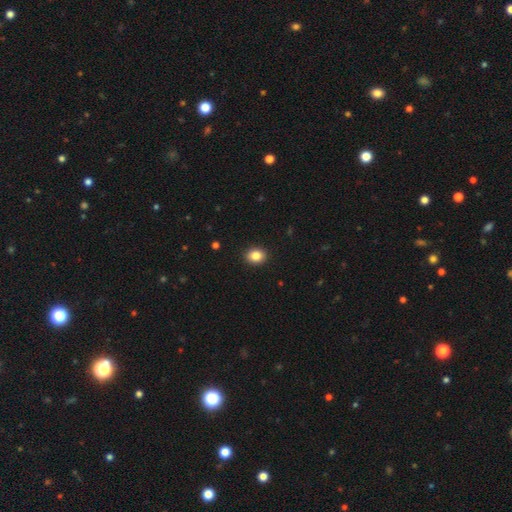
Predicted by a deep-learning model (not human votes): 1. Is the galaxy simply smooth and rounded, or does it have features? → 85% smooth, 9% star or artifact, 6% featured or disk.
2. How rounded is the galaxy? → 51% round, 48% in between, 1% cigar-shaped.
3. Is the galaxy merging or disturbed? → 91% none, 6% minor disturbance, 2% major disturbance, 1% merger.